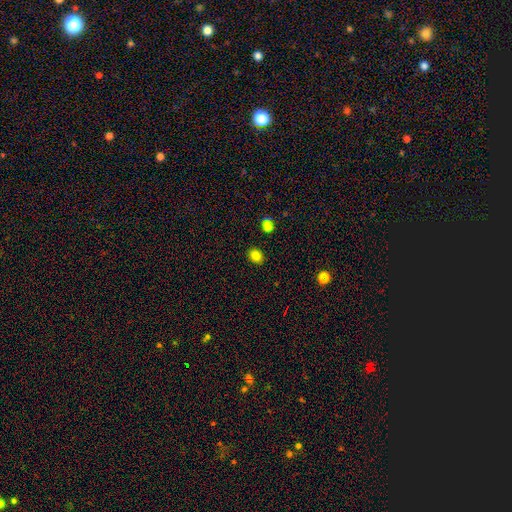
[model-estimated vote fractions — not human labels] smooth_or_featured: smooth (p=0.83) [alt: star or artifact p=0.12]
how_rounded: in between (p=0.51) [alt: round p=0.48]
merging: none (p=0.88) [alt: minor disturbance p=0.08]